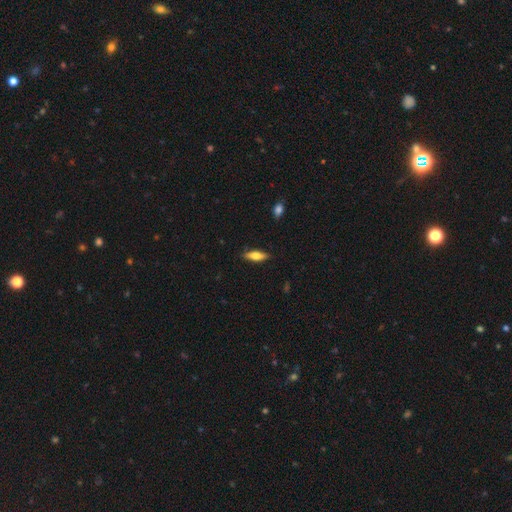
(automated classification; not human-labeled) Smooth or featured: smooth — 67% (featured or disk — 26%)
How rounded: in between — 56% (cigar-shaped — 41%)
Merging: none — 85% (minor disturbance — 12%)